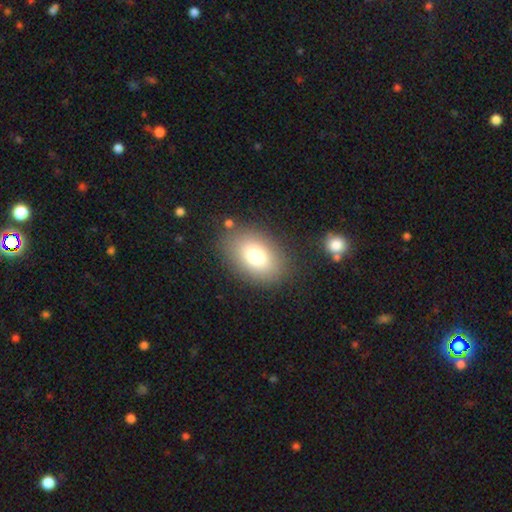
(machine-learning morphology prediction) type=smooth (78%); roundness=in between (85%); merging=none (82%).